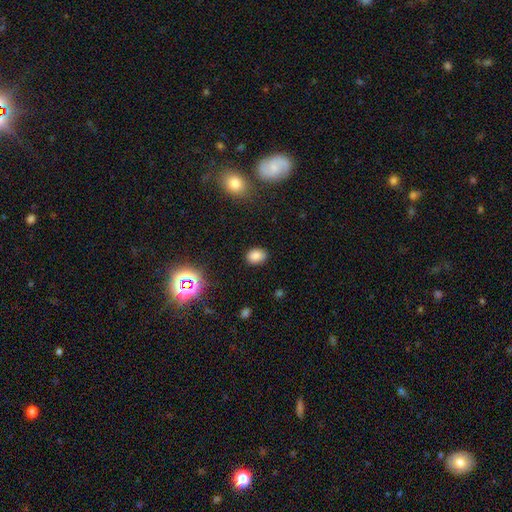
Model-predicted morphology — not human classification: Overall: smooth (81%). How rounded: in between (63%; round 36%). Merging: none (86%).